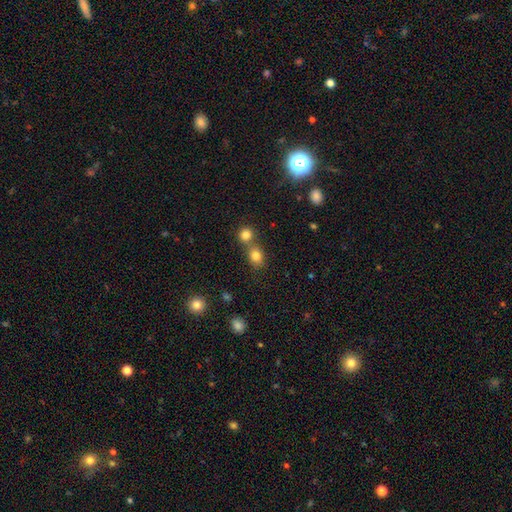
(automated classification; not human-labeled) smooth_or_featured: smooth (p=0.80) [alt: star or artifact p=0.13]
how_rounded: round (p=0.55) [alt: in between p=0.43]
merging: none (p=0.50) [alt: merger p=0.39]